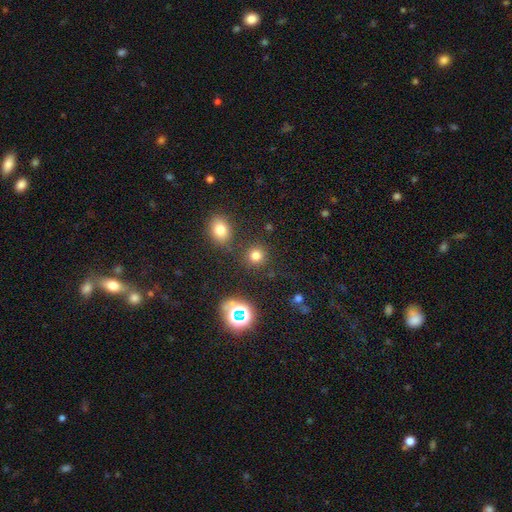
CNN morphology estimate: type=smooth (74%); roundness=round (90%); merging=none (85%).